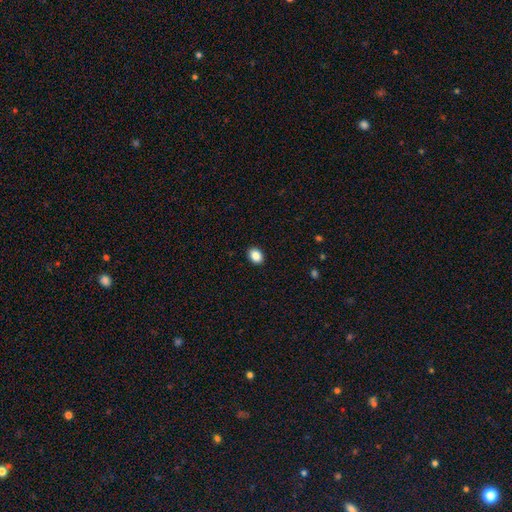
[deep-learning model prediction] smooth_or_featured: smooth (p=0.88) [alt: star or artifact p=0.08]
how_rounded: in between (p=0.71) [alt: round p=0.28]
merging: none (p=0.91) [alt: minor disturbance p=0.07]